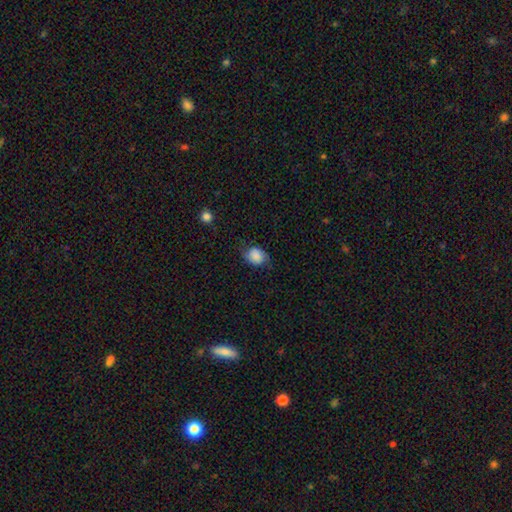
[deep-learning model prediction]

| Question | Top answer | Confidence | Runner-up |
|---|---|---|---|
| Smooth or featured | smooth | 72% | featured or disk (19%) |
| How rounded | in between | 57% | round (42%) |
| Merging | none | 66% | minor disturbance (25%) |